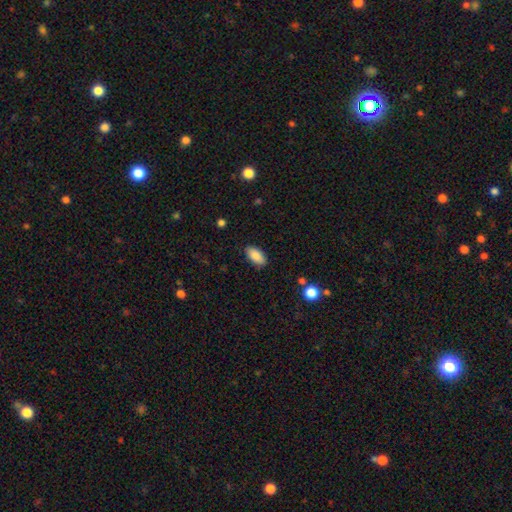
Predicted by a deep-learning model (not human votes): Q: Smooth or featured?
A: smooth (88%); runner-up: star or artifact (7%)
Q: How rounded?
A: in between (93%); runner-up: cigar-shaped (4%)
Q: Merging?
A: none (87%); runner-up: minor disturbance (10%)